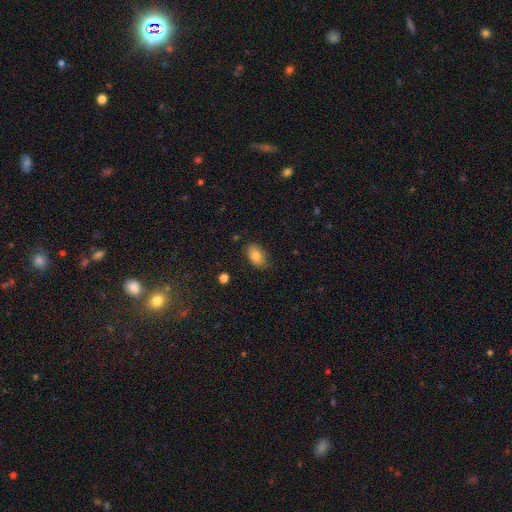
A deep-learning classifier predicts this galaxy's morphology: This is clearly a smooth galaxy (80%). How rounded: clearly in between (90%). Merging: clearly none (81%).